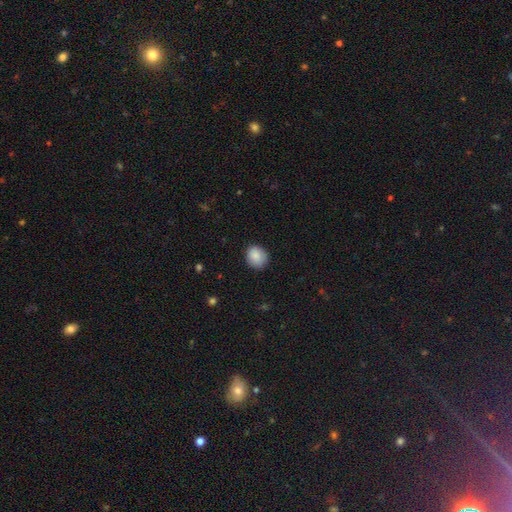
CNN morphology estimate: Smooth or featured? smooth (88%)
How rounded? round (70%)
Merging? none (83%)